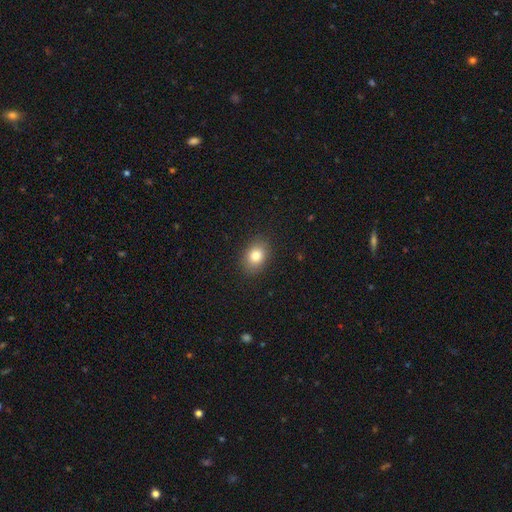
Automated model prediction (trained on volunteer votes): Morphology: type=smooth (82%); roundness=in between (64%); merging=none (87%).